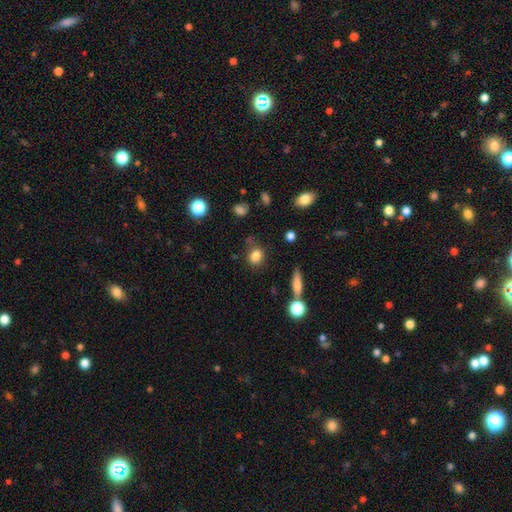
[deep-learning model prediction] smooth_or_featured: smooth (p=0.83) [alt: star or artifact p=0.10]
how_rounded: round (p=0.60) [alt: in between p=0.37]
merging: none (p=0.70) [alt: minor disturbance p=0.19]